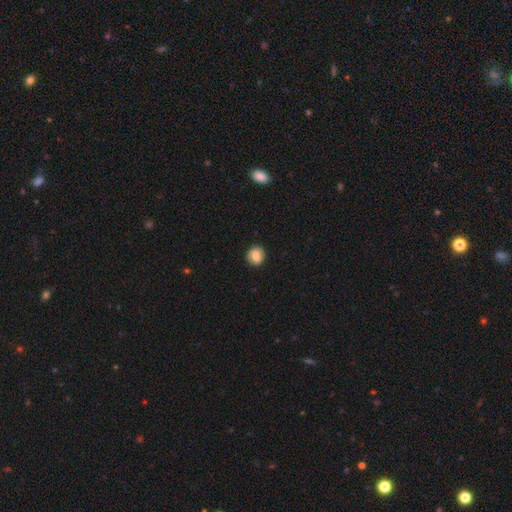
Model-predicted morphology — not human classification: This appears to be a smooth galaxy with no disk features (76%) that is round (77%). Merging: none (88%).